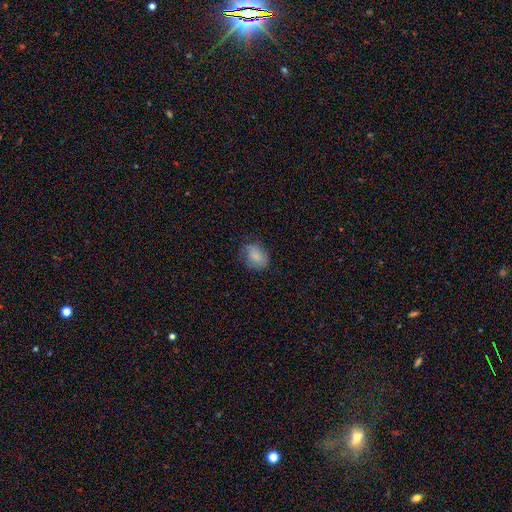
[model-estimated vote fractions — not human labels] Q: Smooth or featured?
A: smooth (80%); runner-up: featured or disk (12%)
Q: How rounded?
A: in between (59%); runner-up: round (40%)
Q: Merging?
A: none (62%); runner-up: minor disturbance (27%)